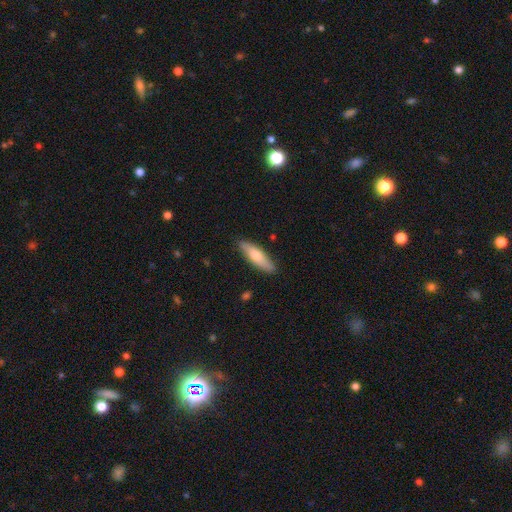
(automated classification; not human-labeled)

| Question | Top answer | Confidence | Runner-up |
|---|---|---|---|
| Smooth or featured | smooth | 67% | featured or disk (28%) |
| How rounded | cigar-shaped | 61% | in between (37%) |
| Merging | none | 86% | minor disturbance (11%) |